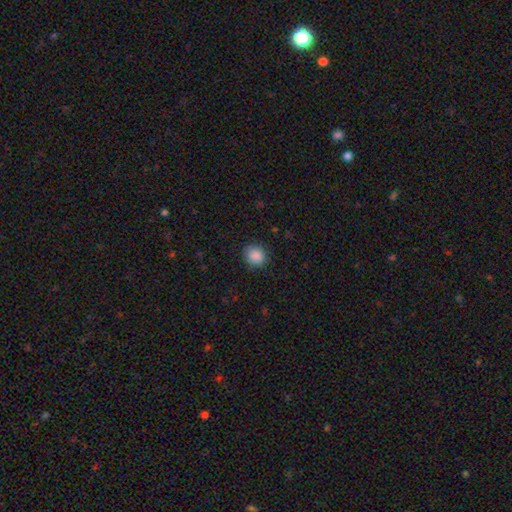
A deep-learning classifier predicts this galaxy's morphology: type=smooth (88%); roundness=round (80%); merging=none (88%).